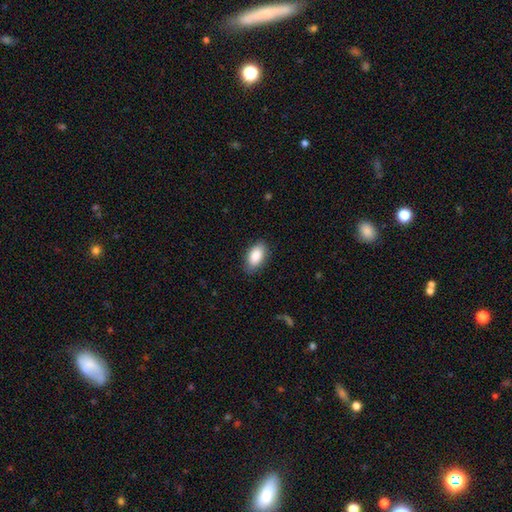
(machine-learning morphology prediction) Smooth or featured? smooth (88%)
How rounded? in between (94%)
Merging? none (85%)